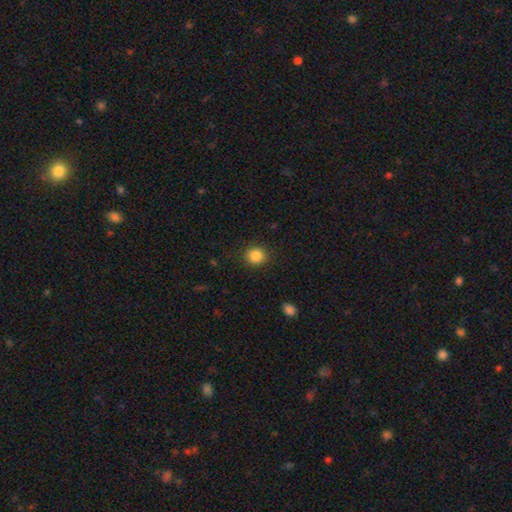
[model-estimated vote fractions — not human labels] A smooth galaxy with no disk features (85%) that is round (86%).

Vote fractions:
- Smooth or featured? smooth: 85% / star or artifact: 10% / featured or disk: 4%
- How rounded? round: 86% / in between: 13% / cigar-shaped: 1%
- Merging? none: 89% / minor disturbance: 7% / major disturbance: 3% / merger: 1%